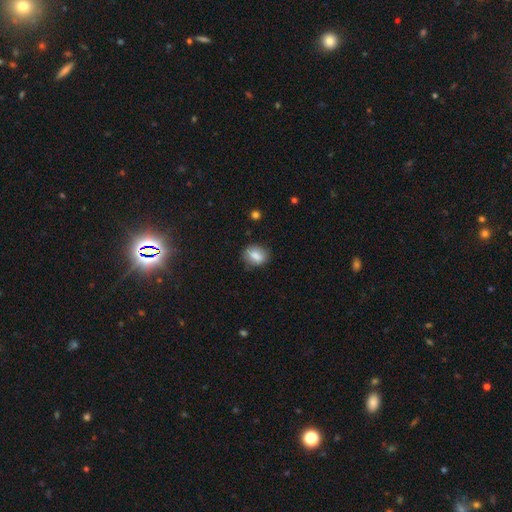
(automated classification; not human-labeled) A smooth galaxy with no disk features (80%) that is in between round and cigar-shaped (61%).

Vote fractions:
- Smooth or featured? smooth: 80% / featured or disk: 11% / star or artifact: 8%
- How rounded? in between: 61% / round: 37% / cigar-shaped: 2%
- Merging? none: 77% / minor disturbance: 18% / major disturbance: 4% / merger: 2%